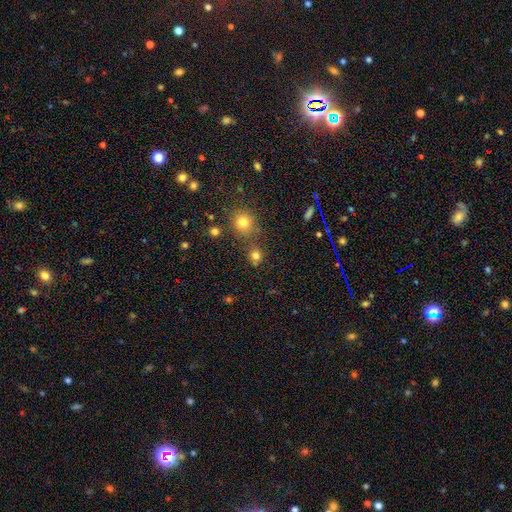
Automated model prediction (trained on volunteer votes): smooth-or-featured: smooth: 75% | star or artifact: 18% | featured or disk: 7%
  how-rounded: round: 84% | in between: 15% | cigar-shaped: 1%
  merging: none: 69% | merger: 17% | minor disturbance: 10% | major disturbance: 4%